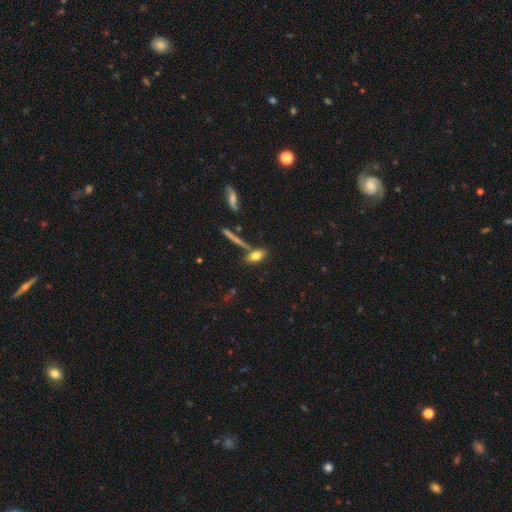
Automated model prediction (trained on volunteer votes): A smooth galaxy with no disk features (74%) that is in between round and cigar-shaped (78%). Merging: none (63%).